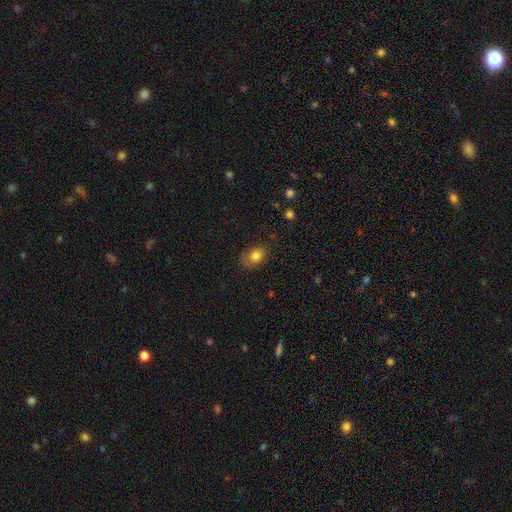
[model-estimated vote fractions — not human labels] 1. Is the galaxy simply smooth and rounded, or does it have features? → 80% smooth, 10% featured or disk, 10% star or artifact.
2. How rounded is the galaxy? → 68% in between, 31% round, 1% cigar-shaped.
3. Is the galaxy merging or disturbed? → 65% none, 25% minor disturbance, 9% major disturbance, 2% merger.